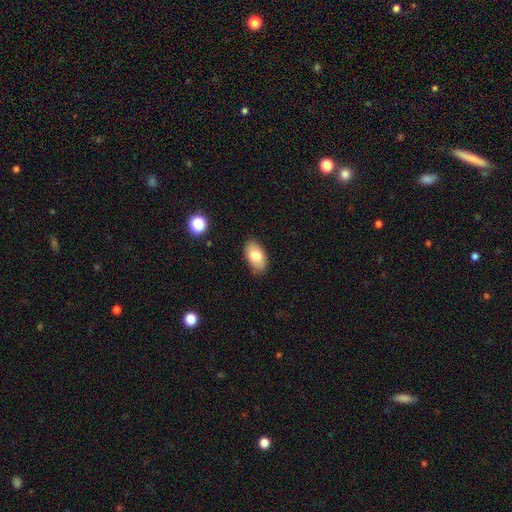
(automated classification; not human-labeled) Overall: smooth (77%). How rounded: in between (93%). Merging: none (85%).